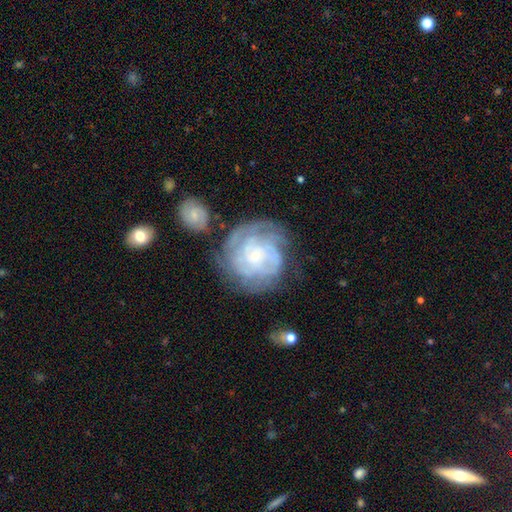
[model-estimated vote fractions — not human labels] The model was most divided on "spiral arm count": can't tell: 41%, 4: 19%, 3: 17%, 2: 11%, more than 4: 7%, 1: 6%. More confident: edge-on disk — no (97%); spiral arms — yes (90%); bulge size — small (82%); smooth or featured — featured or disk (79%); bar — no (77%); spiral winding — tight (71%); merging — none (63%).